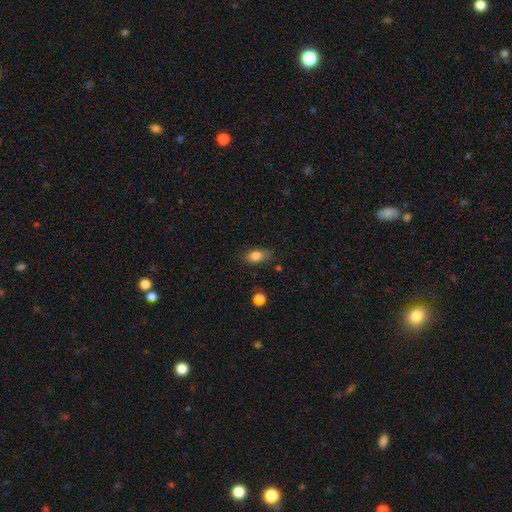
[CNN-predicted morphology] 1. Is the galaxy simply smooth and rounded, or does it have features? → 81% smooth, 9% star or artifact, 9% featured or disk.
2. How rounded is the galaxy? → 81% in between, 14% round, 5% cigar-shaped.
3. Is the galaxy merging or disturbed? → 75% none, 19% minor disturbance, 4% major disturbance, 2% merger.